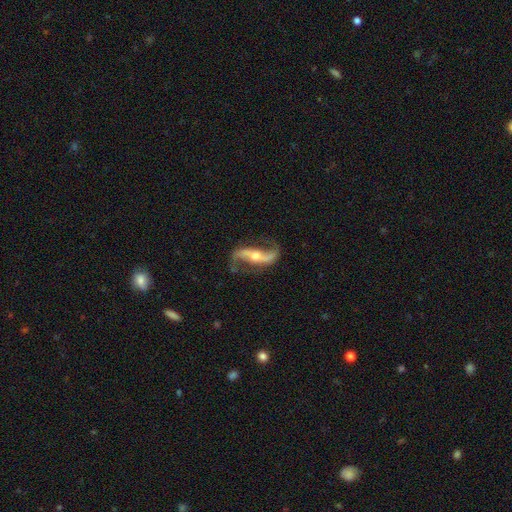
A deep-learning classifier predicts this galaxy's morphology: The model was most divided on "bar": strong: 42%, no: 31%, weak: 27%. More confident: spiral arms — yes (96%); spiral arm count — 2 (94%); edge-on disk — no (91%); smooth or featured — featured or disk (89%); spiral winding — loose (79%); merging — none (76%); bulge size — moderate (58%).